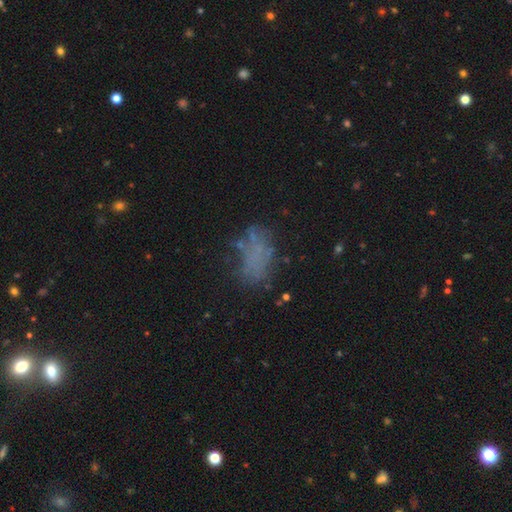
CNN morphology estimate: This is possibly a smooth galaxy (47%). Merging: possibly none (52%).